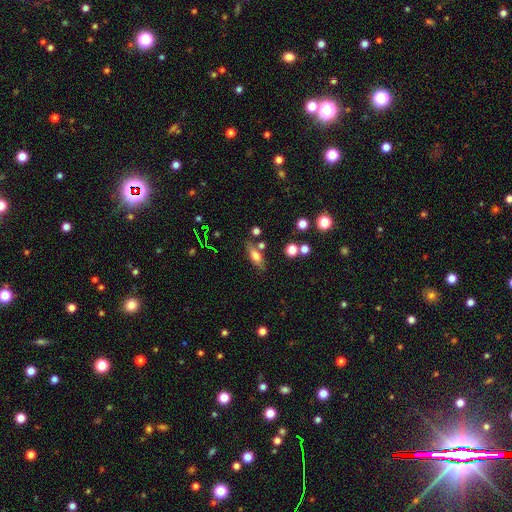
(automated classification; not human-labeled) This appears to be a smooth galaxy with no disk features (61%) that is in between round and cigar-shaped (60%). Merging: none (72%).